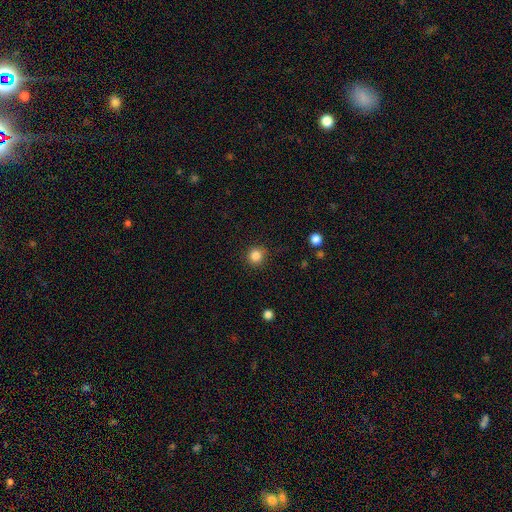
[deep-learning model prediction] smooth-or-featured: smooth: 85% | star or artifact: 11% | featured or disk: 4%
  how-rounded: round: 93% | in between: 6% | cigar-shaped: 1%
  merging: none: 88% | minor disturbance: 8% | major disturbance: 3% | merger: 1%